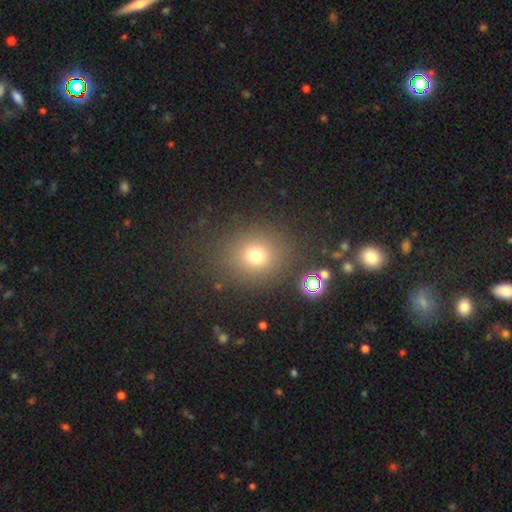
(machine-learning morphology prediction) A smooth galaxy with no disk features (71%) that is round (79%). Merging: none (82%).